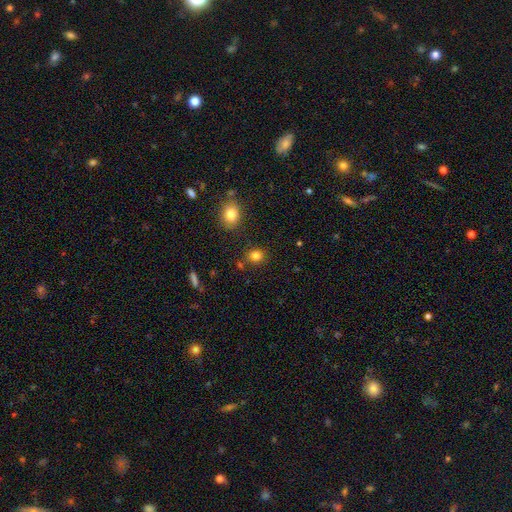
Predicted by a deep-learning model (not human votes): Smooth or featured? Predicted: smooth (p=0.82). How rounded? Predicted: round (p=0.78). Merging? Predicted: none (p=0.82).